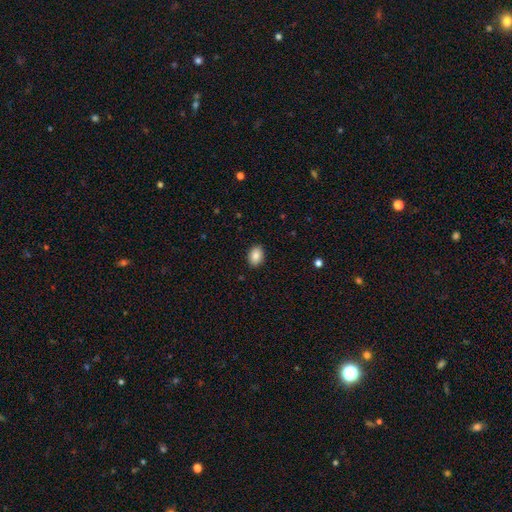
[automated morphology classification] type=smooth (85%); roundness=in between (77%); merging=none (90%).